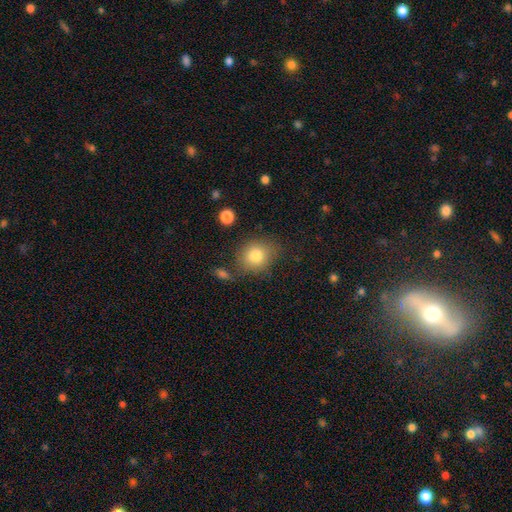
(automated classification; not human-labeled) This is clearly a smooth galaxy (81%). How rounded: likely round (69%). Merging: likely none (72%).